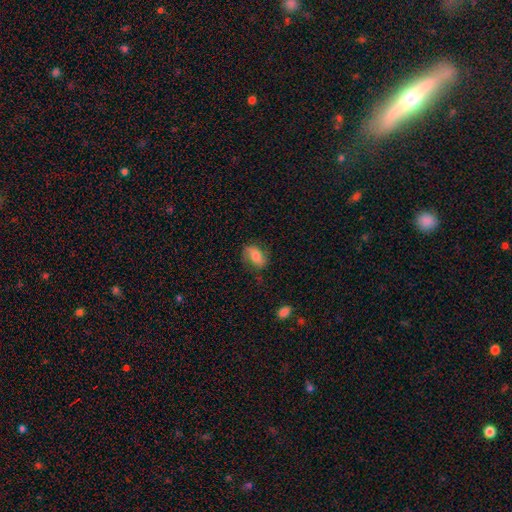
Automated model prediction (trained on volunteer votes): smooth_or_featured: smooth (p=0.51) [alt: featured or disk p=0.41]
how_rounded: in between (p=0.83) [alt: round p=0.13]
merging: none (p=0.66) [alt: minor disturbance p=0.22]